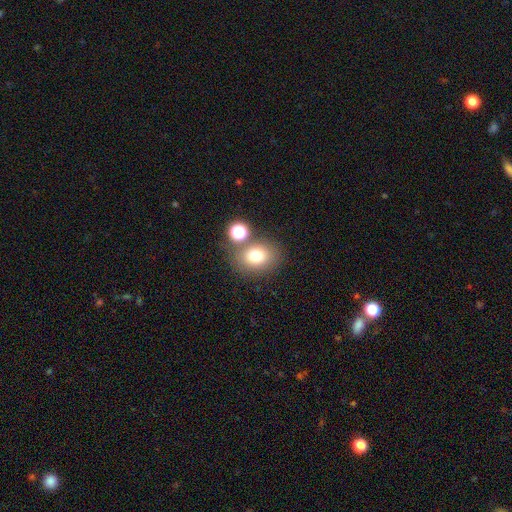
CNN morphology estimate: Overall: smooth (76%). How rounded: in between (51%; round 48%). Merging: none (69%).